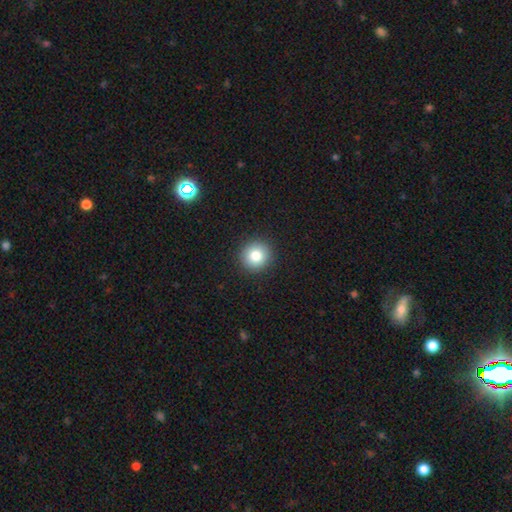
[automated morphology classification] A smooth galaxy with no disk features (82%) that is round (94%).

Vote fractions:
- Smooth or featured? smooth: 82% / star or artifact: 10% / featured or disk: 8%
- How rounded? round: 94% / in between: 5% / cigar-shaped: 1%
- Merging? none: 93% / minor disturbance: 5% / major disturbance: 2% / merger: 1%